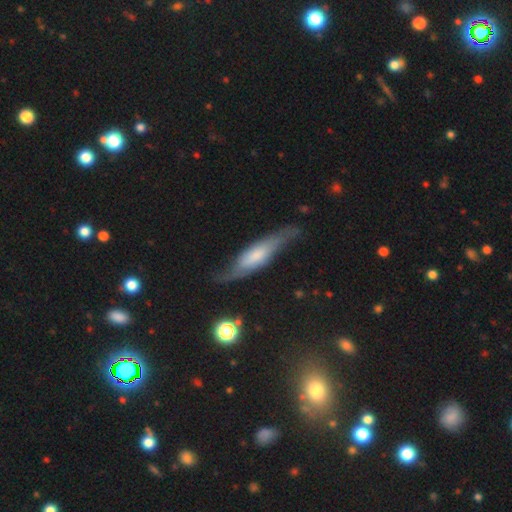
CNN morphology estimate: smooth_or_featured: featured or disk (p=0.57) [alt: smooth p=0.36]
disk_edge_on: no (p=0.50) [tied with: yes p=0.50]
merging: none (p=0.63) [alt: minor disturbance p=0.24]